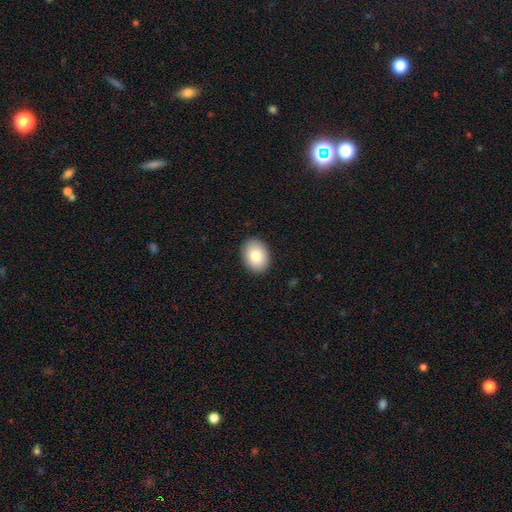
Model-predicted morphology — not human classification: Smooth or featured?
  - smooth: 81% *
  - featured or disk: 11%
  - star or artifact: 8%
How rounded?
  - in between: 70% *
  - round: 29%
  - cigar-shaped: 1%
Merging?
  - none: 90% *
  - minor disturbance: 7%
  - major disturbance: 2%
  - merger: 1%